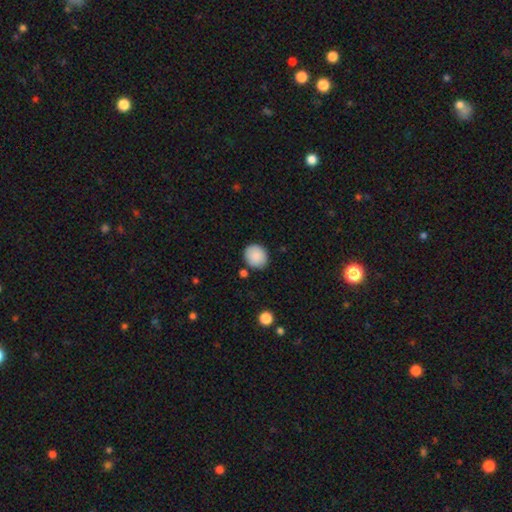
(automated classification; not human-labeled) Morphology: type=smooth (88%); roundness=round (76%); merging=none (83%).